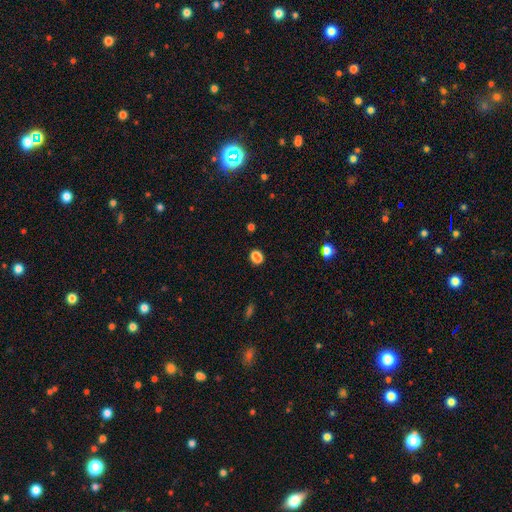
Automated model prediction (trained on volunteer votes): This appears to be a smooth galaxy with no disk features (79%) that is round (58%). Merging: none (86%).